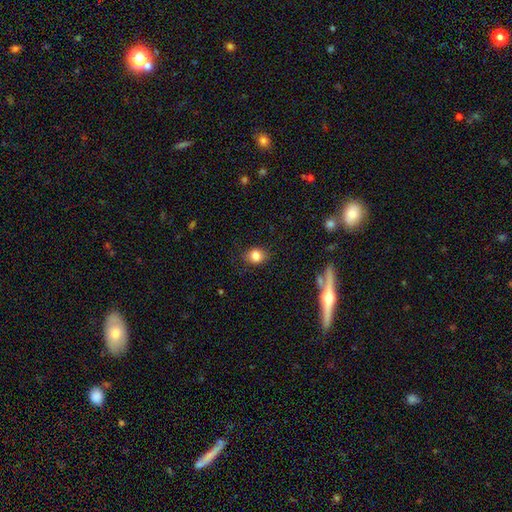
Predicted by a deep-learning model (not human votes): Smooth or featured: smooth — 82% (star or artifact — 11%)
How rounded: round — 60% (in between — 38%)
Merging: none — 84% (minor disturbance — 12%)